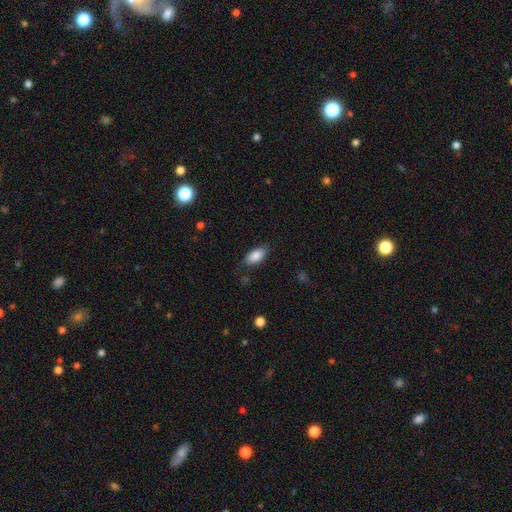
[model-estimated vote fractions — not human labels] The model was most divided on "merging": none: 78%, minor disturbance: 17%, major disturbance: 4%, merger: 1%. More confident: how rounded — in between (91%); smooth or featured — smooth (87%).